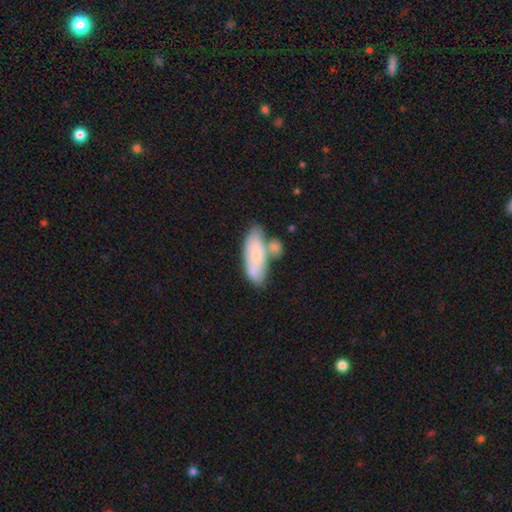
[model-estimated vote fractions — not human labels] Smooth or featured? Predicted: smooth (p=0.69). How rounded? Predicted: in between (p=0.72). Merging? Predicted: none (p=0.41).